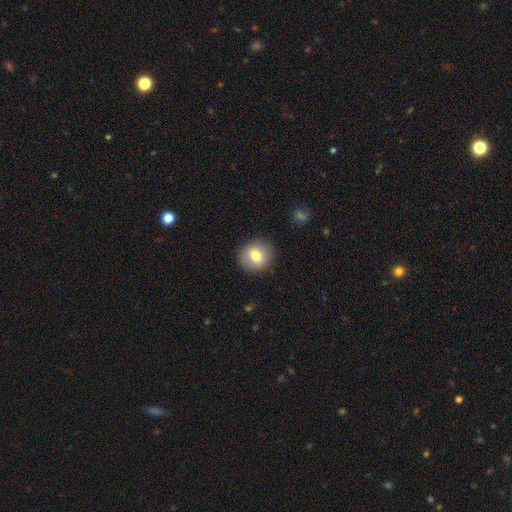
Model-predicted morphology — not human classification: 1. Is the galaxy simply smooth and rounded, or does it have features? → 75% smooth, 16% featured or disk, 9% star or artifact.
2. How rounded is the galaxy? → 86% round, 13% in between, 1% cigar-shaped.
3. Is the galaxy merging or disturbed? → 89% none, 8% minor disturbance, 2% major disturbance, 1% merger.